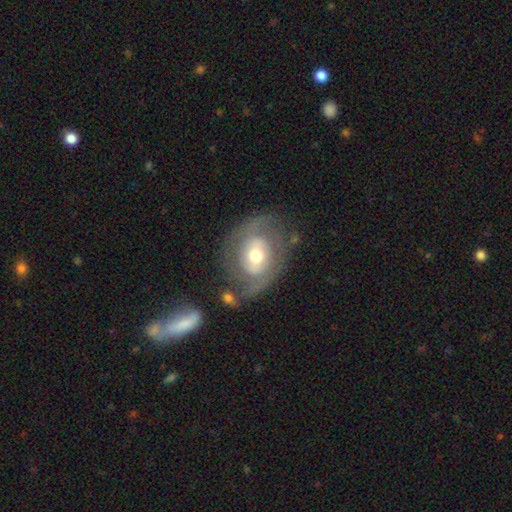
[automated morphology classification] A featured or disk galaxy (67%) with no bar (59%), spiral arms (64%) and a moderate central bulge (71%).

Vote fractions:
- Smooth or featured? featured or disk: 67% / smooth: 27% / star or artifact: 6%
- Edge-on disk? no: 95% / yes: 5%
- Bar? no: 59% / weak: 30% / strong: 12%
- Spiral arms? yes: 64% / no: 36%
- Bulge size? moderate: 71% / small: 14% / large: 12% / dominant: 1% / none: 1%
- Merging? none: 59% / minor disturbance: 21% / major disturbance: 14% / merger: 6%